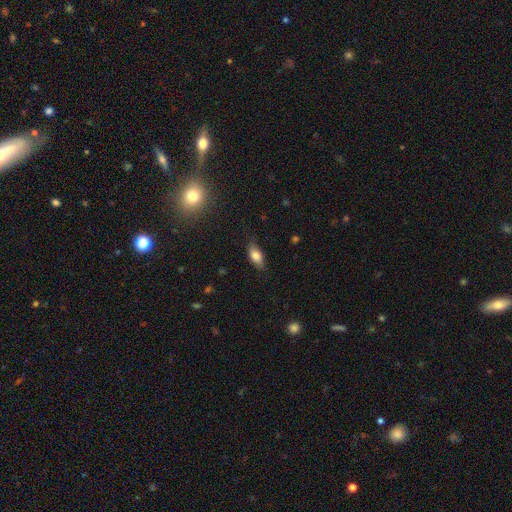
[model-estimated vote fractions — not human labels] A smooth galaxy with no disk features (77%) that is in between round and cigar-shaped (83%).

Vote fractions:
- Smooth or featured? smooth: 77% / featured or disk: 15% / star or artifact: 8%
- How rounded? in between: 83% / cigar-shaped: 12% / round: 4%
- Merging? none: 76% / minor disturbance: 19% / major disturbance: 4% / merger: 1%